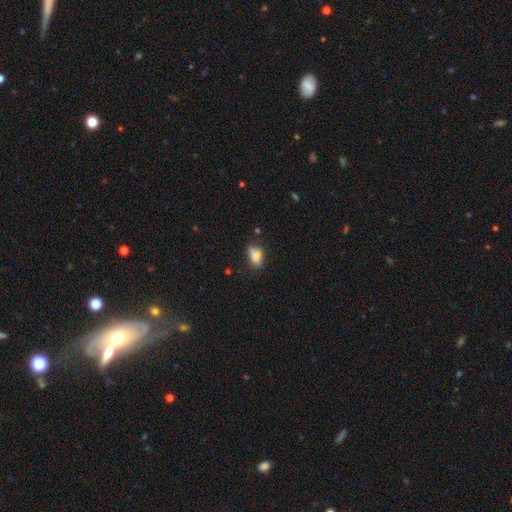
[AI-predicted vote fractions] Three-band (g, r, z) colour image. It shows a smooth galaxy with no disk features (81%) that is in between round and cigar-shaped (84%). Merging: none (64%).